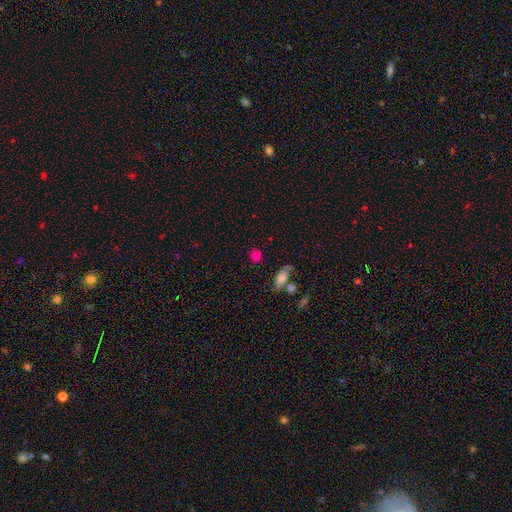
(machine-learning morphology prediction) smooth-or-featured: smooth: 80% | star or artifact: 12% | featured or disk: 7%
  how-rounded: round: 71% | in between: 26% | cigar-shaped: 4%
  merging: none: 78% | minor disturbance: 11% | merger: 7% | major disturbance: 4%